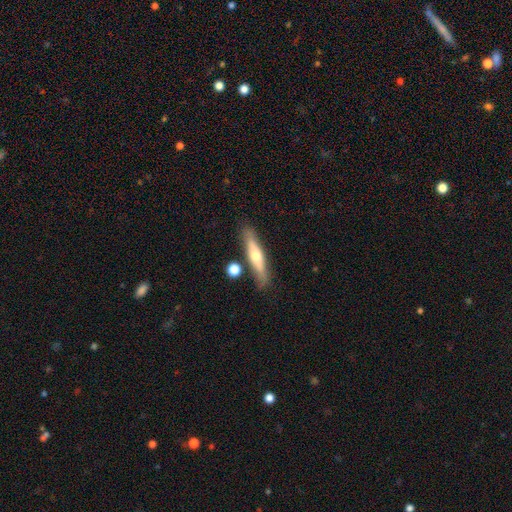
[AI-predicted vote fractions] The model was most divided on "smooth or featured": featured or disk: 49%, smooth: 45%, star or artifact: 6%. More confident: merging — none (77%).